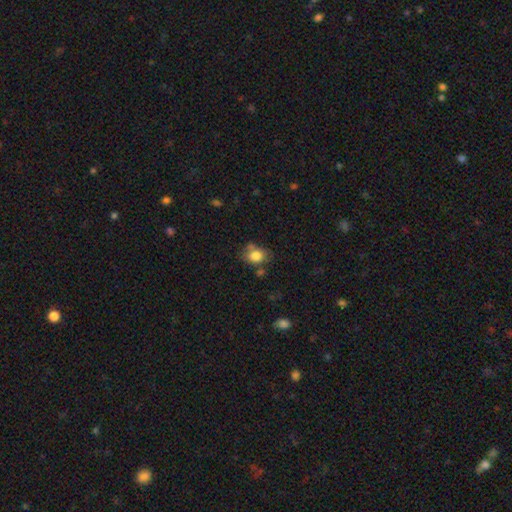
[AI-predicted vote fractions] Smooth or featured: smooth — 81% (featured or disk — 9%)
How rounded: in between — 58% (round — 41%)
Merging: none — 60% (minor disturbance — 23%)